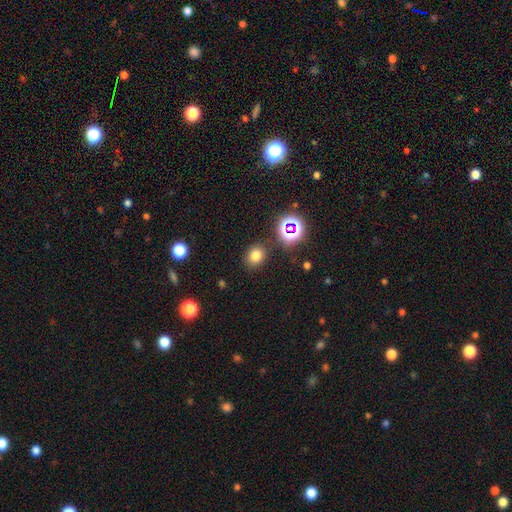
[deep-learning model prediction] Smooth or featured? Predicted: smooth (p=0.74). How rounded? Predicted: round (p=0.57). Merging? Predicted: none (p=0.83).